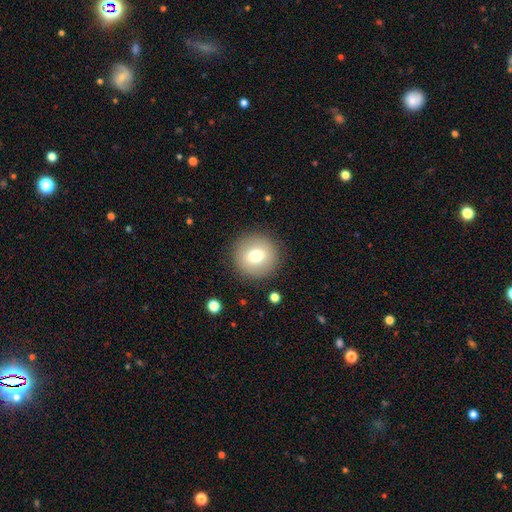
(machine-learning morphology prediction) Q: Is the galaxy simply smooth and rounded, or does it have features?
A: smooth — 73%.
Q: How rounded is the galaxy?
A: round — 93%.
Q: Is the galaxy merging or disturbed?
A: none — 88%.